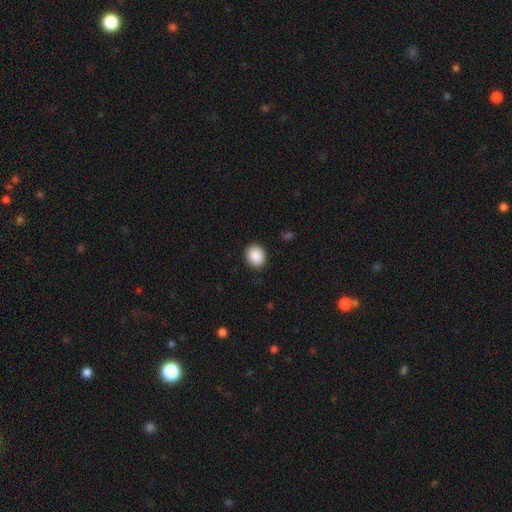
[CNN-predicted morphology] The model was most divided on "how rounded": round: 63%, in between: 36%, cigar-shaped: 1%. More confident: smooth or featured — smooth (90%); merging — none (89%).